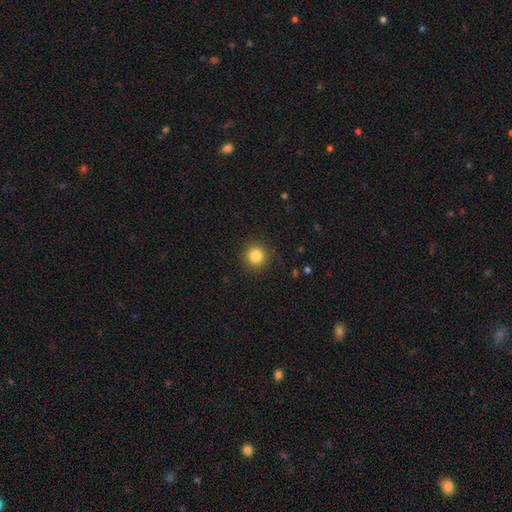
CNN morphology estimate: A smooth galaxy with no disk features (84%) that is round (94%).

Vote fractions:
- Smooth or featured? smooth: 84% / star or artifact: 11% / featured or disk: 5%
- How rounded? round: 94% / in between: 5% / cigar-shaped: 1%
- Merging? none: 90% / minor disturbance: 6% / major disturbance: 2% / merger: 1%